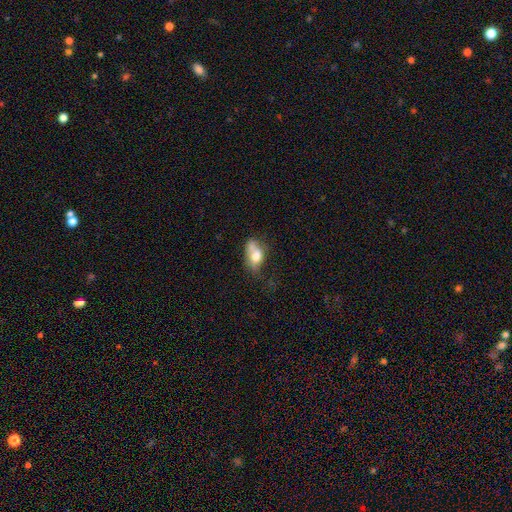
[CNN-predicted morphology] Smooth or featured: smooth — 67% (featured or disk — 25%)
How rounded: in between — 84% (round — 11%)
Merging: none — 27% (merger — 26%)